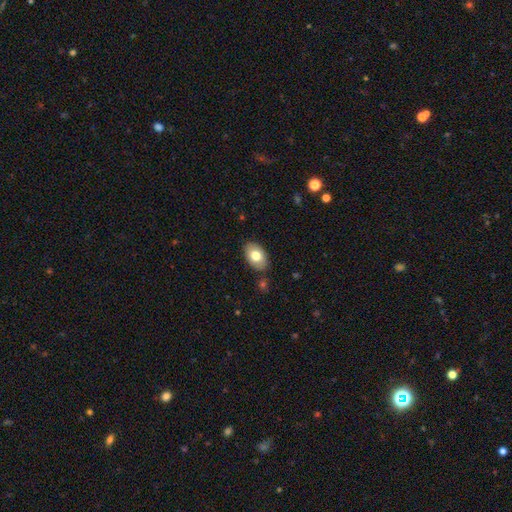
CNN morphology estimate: A smooth galaxy with no disk features (75%) that is in between round and cigar-shaped (89%).

Vote fractions:
- Smooth or featured? smooth: 75% / featured or disk: 18% / star or artifact: 7%
- How rounded? in between: 89% / round: 10% / cigar-shaped: 1%
- Merging? none: 84% / minor disturbance: 11% / merger: 3% / major disturbance: 2%